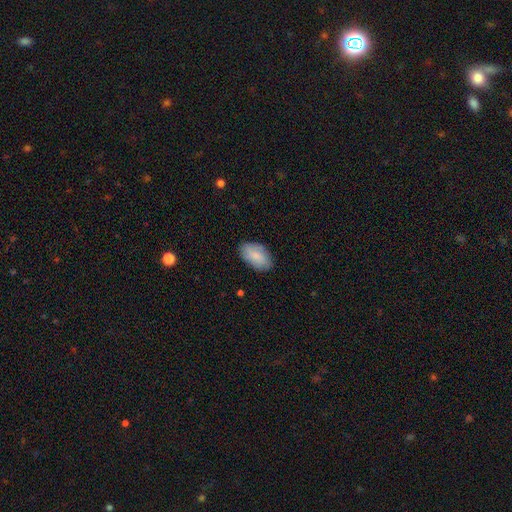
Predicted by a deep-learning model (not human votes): Q: Smooth or featured?
A: smooth (82%); runner-up: featured or disk (12%)
Q: How rounded?
A: in between (94%); runner-up: round (4%)
Q: Merging?
A: none (83%); runner-up: minor disturbance (13%)